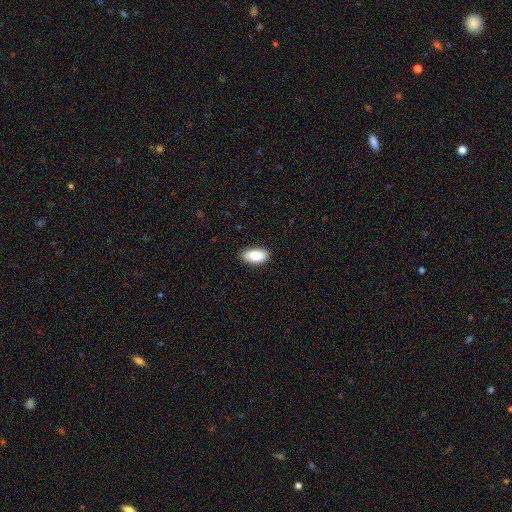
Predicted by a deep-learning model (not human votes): A smooth galaxy with no disk features (87%) that is in between round and cigar-shaped (94%).

Vote fractions:
- Smooth or featured? smooth: 87% / star or artifact: 7% / featured or disk: 6%
- How rounded? in between: 94% / cigar-shaped: 3% / round: 3%
- Merging? none: 85% / minor disturbance: 12% / major disturbance: 2% / merger: 1%